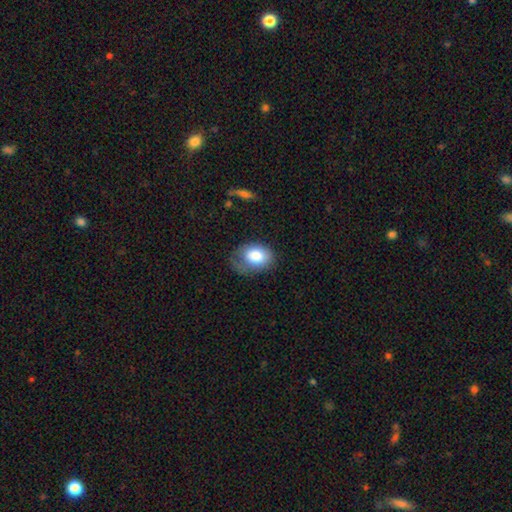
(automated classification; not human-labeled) smooth 82%, featured or disk 11%, star or artifact 7%. Down the decision tree: how rounded — in between (75%); merging — none (49%).